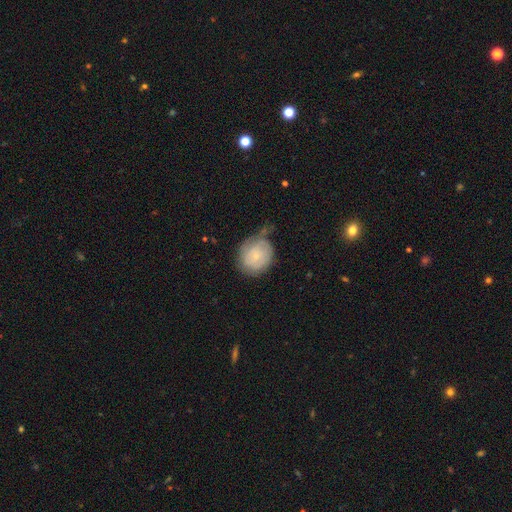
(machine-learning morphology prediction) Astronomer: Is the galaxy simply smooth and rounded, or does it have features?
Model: smooth — 49% (runner-up: featured or disk, 44%).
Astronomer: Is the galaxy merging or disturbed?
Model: none — 43% (runner-up: minor disturbance, 34%).